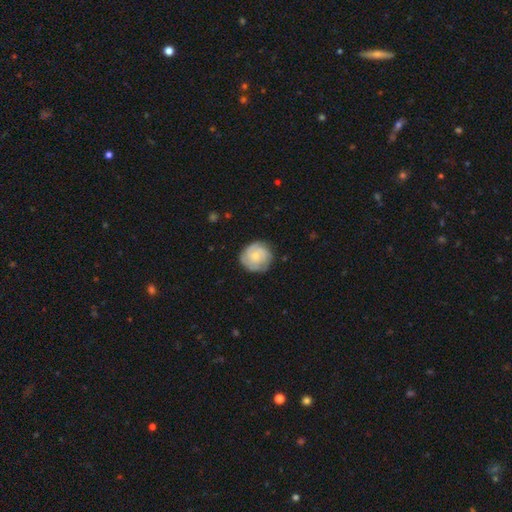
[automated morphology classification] A featured or disk galaxy (61%) with no bar (81%), tight (68%) spiral arms (89%) and a small central bulge (60%).

Vote fractions:
- Smooth or featured? featured or disk: 61% / smooth: 33% / star or artifact: 6%
- Edge-on disk? no: 98% / yes: 2%
- Bar? no: 81% / weak: 17% / strong: 2%
- Spiral arms? yes: 89% / no: 11%
- Spiral winding? tight: 68% / medium: 25% / loose: 7%
- Spiral arm count? can't tell: 32% / 3: 30% / 2: 18% / 4: 10% / 1: 5% / more than 4: 5%
- Bulge size? small: 60% / moderate: 33% / none: 4% / large: 2% / dominant: 1%
- Merging? none: 78% / minor disturbance: 16% / major disturbance: 4% / merger: 1%